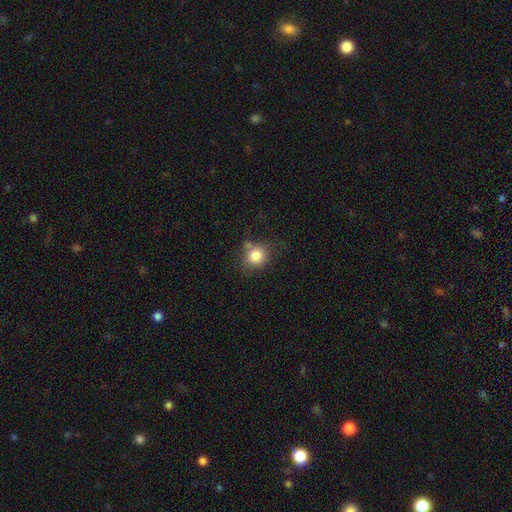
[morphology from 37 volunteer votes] smooth-or-featured: smooth: 89% | featured or disk: 5% | star or artifact: 5%
  how-rounded: round: 88% | in between: 12% | cigar-shaped: 0%
  merging: none: 63% | minor disturbance: 20% | merger: 11% | major disturbance: 6%